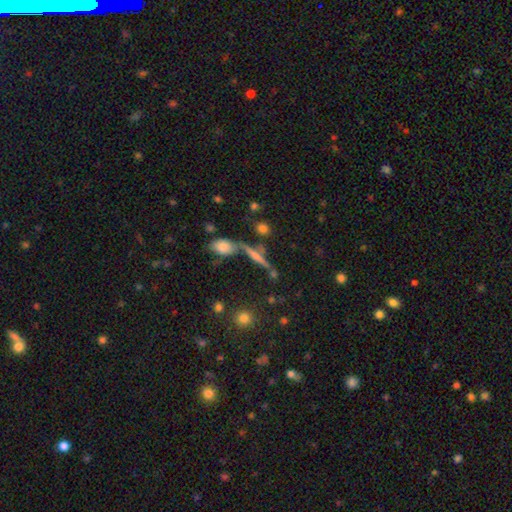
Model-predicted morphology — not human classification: type=featured or disk (50%); merging=none (65%).